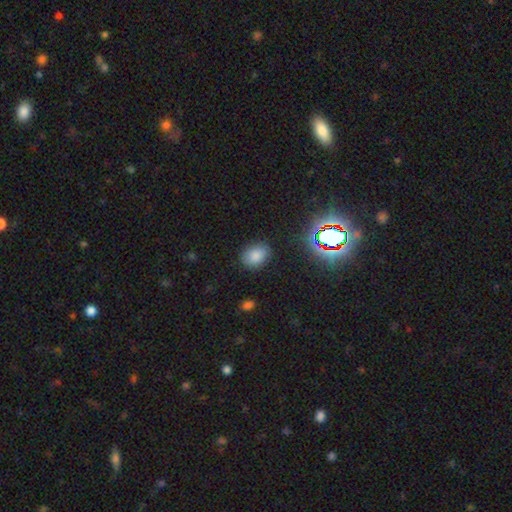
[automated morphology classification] A smooth galaxy with no disk features (80%) that is in between round and cigar-shaped (65%). Merging: none (83%).